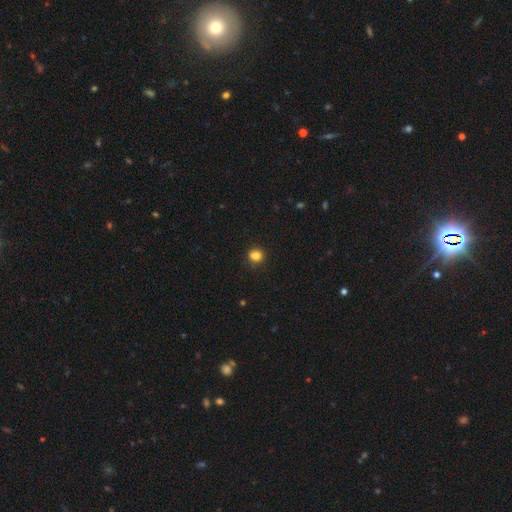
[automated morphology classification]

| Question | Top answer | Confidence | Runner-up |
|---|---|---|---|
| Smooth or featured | smooth | 82% | star or artifact (12%) |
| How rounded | round | 73% | in between (26%) |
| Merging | none | 78% | minor disturbance (14%) |